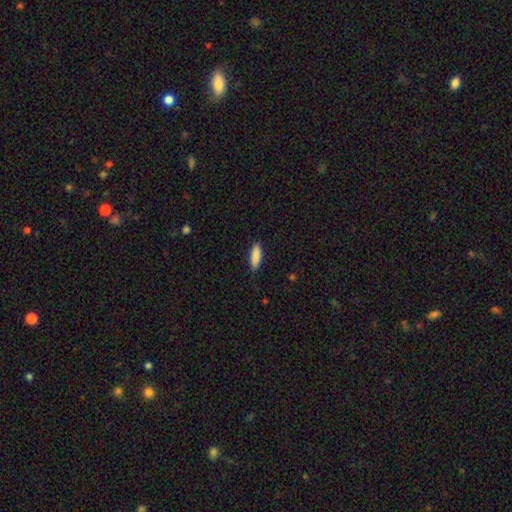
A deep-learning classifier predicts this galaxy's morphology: Overall: smooth (89%). How rounded: in between (55%; cigar-shaped 44%). Merging: none (87%).